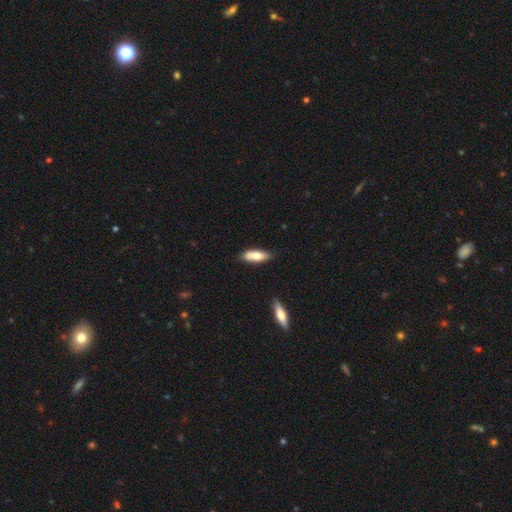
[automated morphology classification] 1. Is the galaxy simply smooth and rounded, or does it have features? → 72% smooth, 22% featured or disk, 6% star or artifact.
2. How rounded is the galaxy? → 61% in between, 37% cigar-shaped, 2% round.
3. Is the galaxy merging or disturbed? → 78% none, 16% minor disturbance, 4% merger, 3% major disturbance.